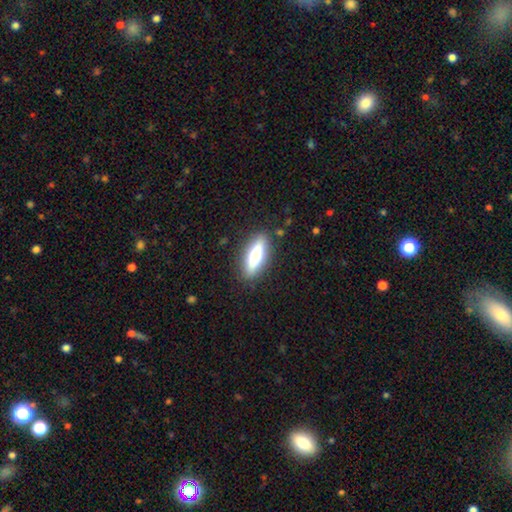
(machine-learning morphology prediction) A smooth galaxy with no disk features (63%) that is cigar-shaped (53%).

Vote fractions:
- Smooth or featured? smooth: 63% / featured or disk: 30% / star or artifact: 6%
- How rounded? cigar-shaped: 53% / in between: 45% / round: 2%
- Merging? none: 87% / minor disturbance: 9% / major disturbance: 3% / merger: 1%